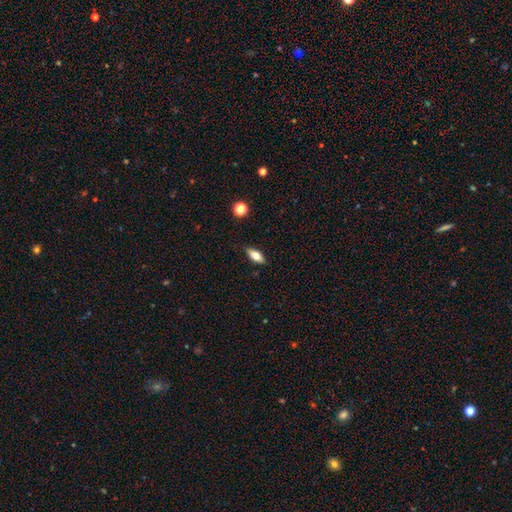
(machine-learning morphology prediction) Smooth or featured? smooth (67%)
How rounded? in between (76%)
Merging? none (88%)